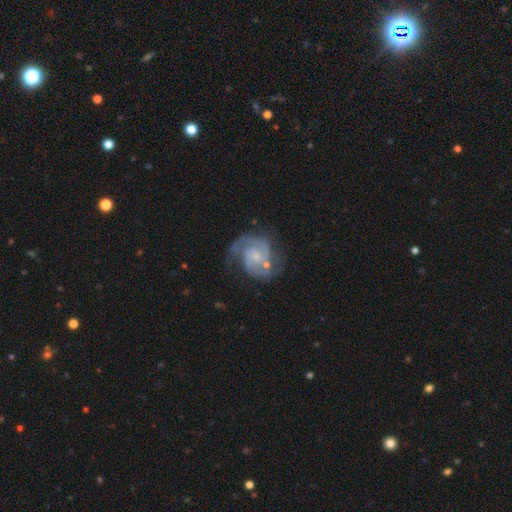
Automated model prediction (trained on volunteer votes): smooth-or-featured: featured or disk: 89% | smooth: 6% | star or artifact: 5%
  disk-edge-on: no: 98% | yes: 2%
    bar: no: 62% | weak: 33% | strong: 6%
    has-spiral-arms: yes: 98% | no: 2%
      spiral-winding: medium: 49% | tight: 40% | loose: 11%
      spiral-arm-count: 2: 82% | 3: 7% | can't tell: 5% | 1: 3% | 4: 2% | more than 4: 2%
    bulge-size: small: 59% | moderate: 26% | none: 12% | large: 2% | dominant: 1%
  merging: none: 61% | minor disturbance: 20% | major disturbance: 13% | merger: 6%